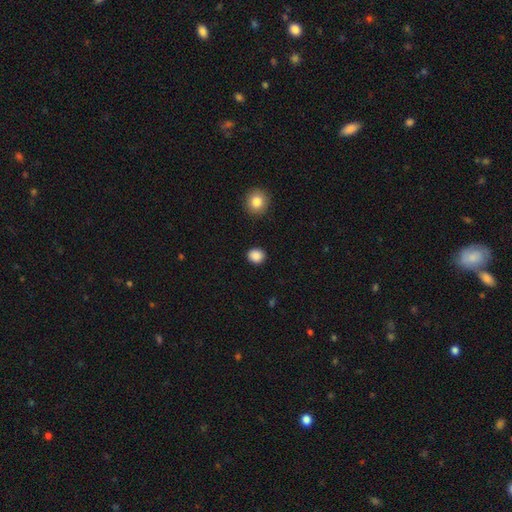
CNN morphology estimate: smooth 88%, star or artifact 10%, featured or disk 3%. Down the decision tree: how rounded — round (82%); merging — none (90%).